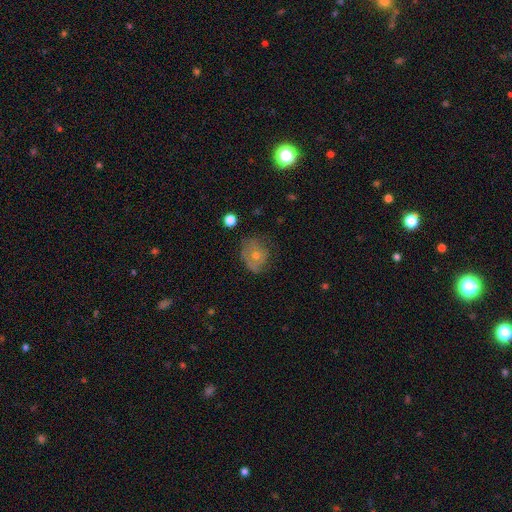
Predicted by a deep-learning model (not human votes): Smooth or featured? smooth (44%)
Merging? none (63%)